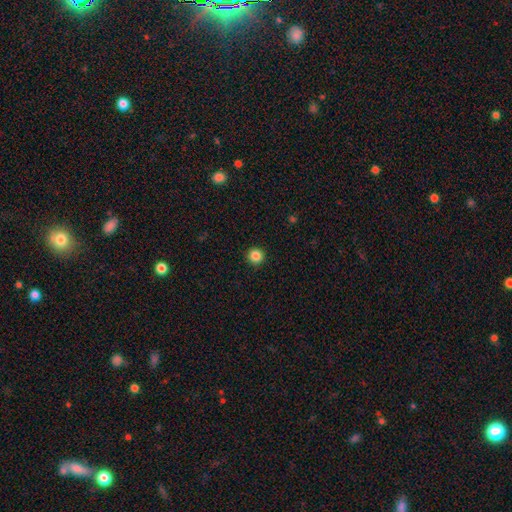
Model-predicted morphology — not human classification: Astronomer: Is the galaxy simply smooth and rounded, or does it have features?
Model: smooth — 86%.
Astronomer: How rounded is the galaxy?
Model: round — 95%.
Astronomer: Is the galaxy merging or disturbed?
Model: none — 92%.